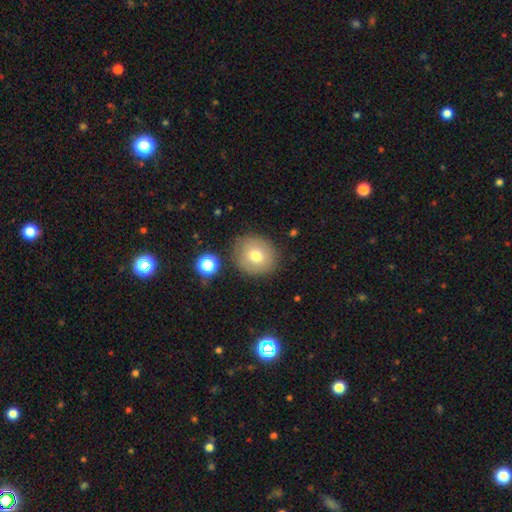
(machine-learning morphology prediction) Smooth or featured? smooth (73%)
How rounded? round (83%)
Merging? none (82%)